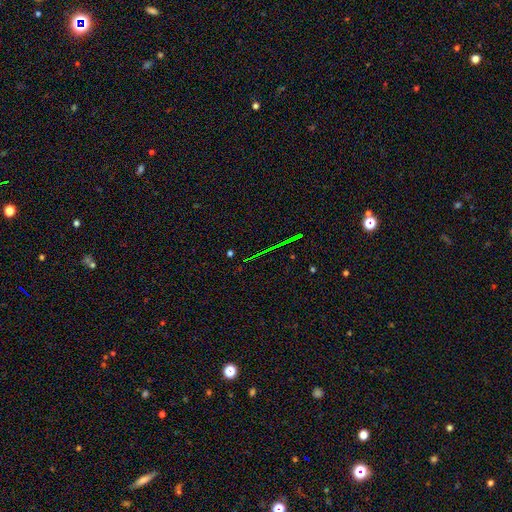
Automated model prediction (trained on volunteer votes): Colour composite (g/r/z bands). It shows a star or artifact, not a galaxy (77%).